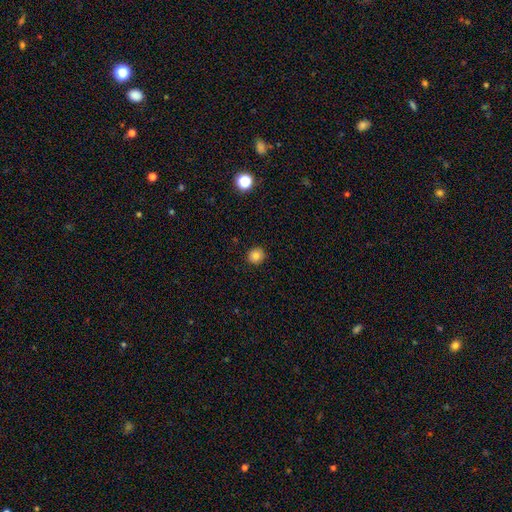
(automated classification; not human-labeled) Q: Smooth or featured?
A: smooth (82%); runner-up: star or artifact (11%)
Q: How rounded?
A: round (91%); runner-up: in between (8%)
Q: Merging?
A: none (91%); runner-up: minor disturbance (6%)